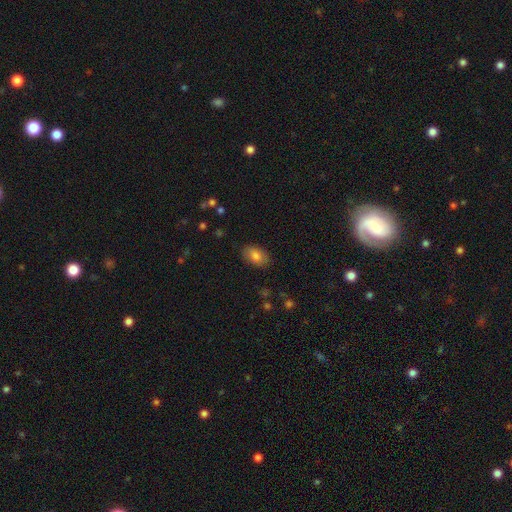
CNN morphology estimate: smooth-or-featured: smooth: 81% | featured or disk: 11% | star or artifact: 8%
  how-rounded: in between: 90% | round: 8% | cigar-shaped: 2%
  merging: none: 85% | minor disturbance: 11% | major disturbance: 3% | merger: 1%